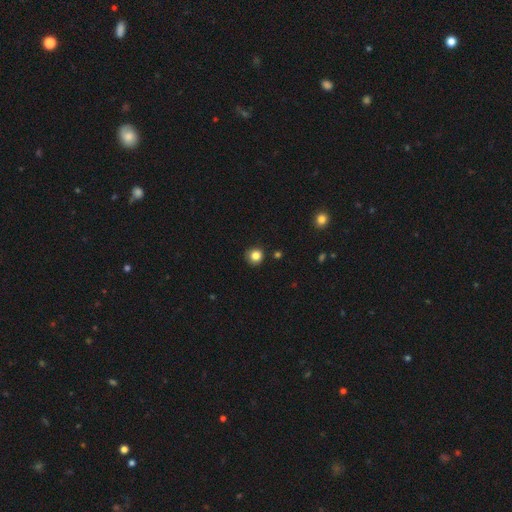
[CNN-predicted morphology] A smooth galaxy with no disk features (84%) that is round (93%).

Vote fractions:
- Smooth or featured? smooth: 84% / star or artifact: 12% / featured or disk: 5%
- How rounded? round: 93% / in between: 6% / cigar-shaped: 1%
- Merging? none: 87% / minor disturbance: 9% / major disturbance: 2% / merger: 2%